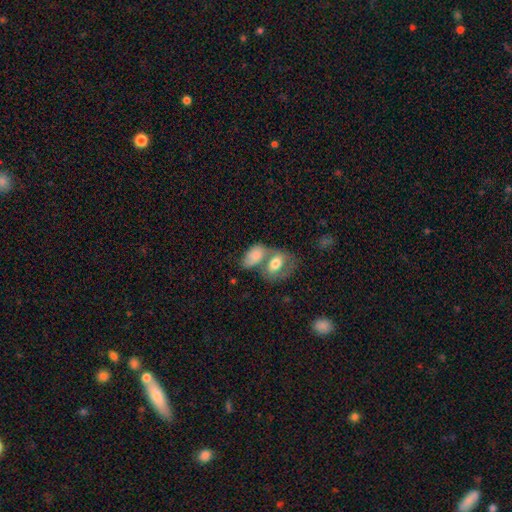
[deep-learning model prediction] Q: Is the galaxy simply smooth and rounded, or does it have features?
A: smooth — 66%.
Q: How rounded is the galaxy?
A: in between — 85%.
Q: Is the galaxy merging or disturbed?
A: merger — 57%.